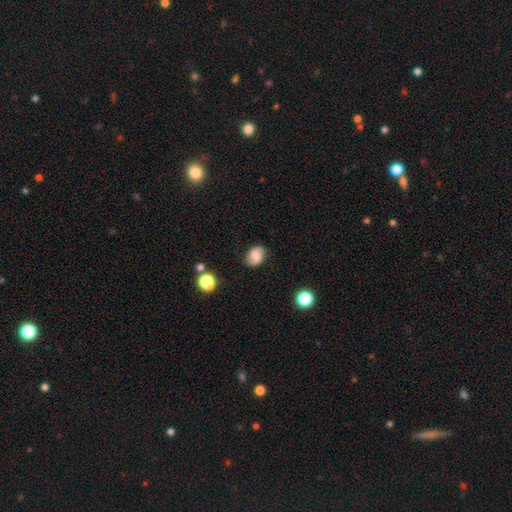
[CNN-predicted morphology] Smooth or featured?
  - smooth: 62% *
  - featured or disk: 28%
  - star or artifact: 10%
How rounded?
  - in between: 62% *
  - round: 37%
  - cigar-shaped: 1%
Merging?
  - none: 80% *
  - minor disturbance: 15%
  - major disturbance: 4%
  - merger: 2%